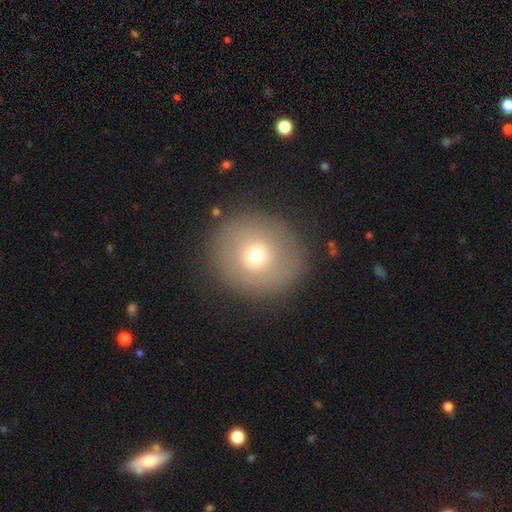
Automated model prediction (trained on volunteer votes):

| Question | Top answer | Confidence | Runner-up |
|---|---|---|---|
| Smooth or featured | smooth | 66% | featured or disk (22%) |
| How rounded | round | 89% | in between (10%) |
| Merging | none | 86% | minor disturbance (8%) |